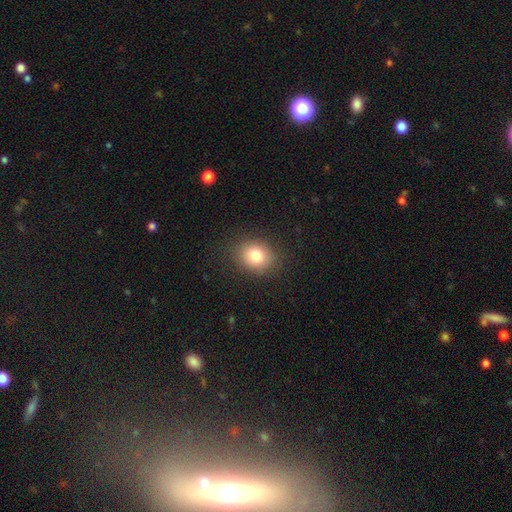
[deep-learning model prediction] A smooth galaxy with no disk features (81%) that is round (57%). Merging: none (87%).